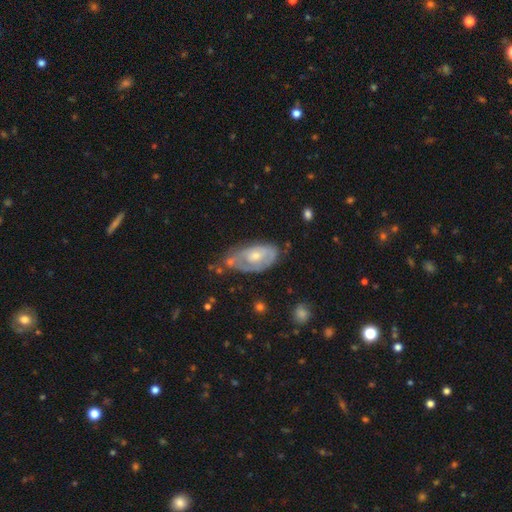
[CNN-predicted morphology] Smooth or featured? Predicted: featured or disk (p=0.65). Edge-on disk? Predicted: no (p=0.92). Bar? Predicted: no (p=0.76). Spiral arms? Predicted: yes (p=0.62). Bulge size? Predicted: moderate (p=0.53). Merging? Predicted: none (p=0.45).